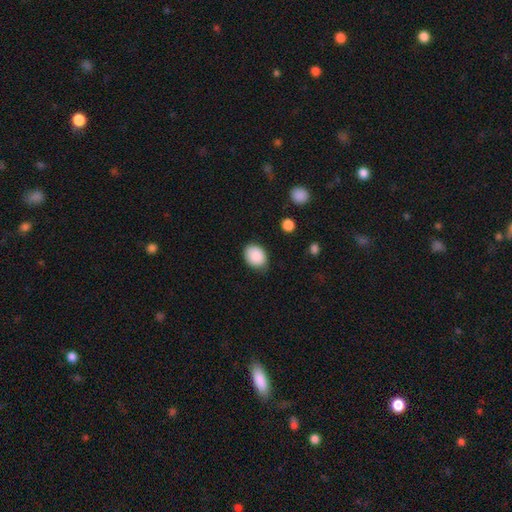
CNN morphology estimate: A smooth galaxy with no disk features (89%) that is in between round and cigar-shaped (61%).

Vote fractions:
- Smooth or featured? smooth: 89% / star or artifact: 7% / featured or disk: 4%
- How rounded? in between: 61% / round: 38% / cigar-shaped: 1%
- Merging? none: 76% / minor disturbance: 19% / major disturbance: 4% / merger: 1%